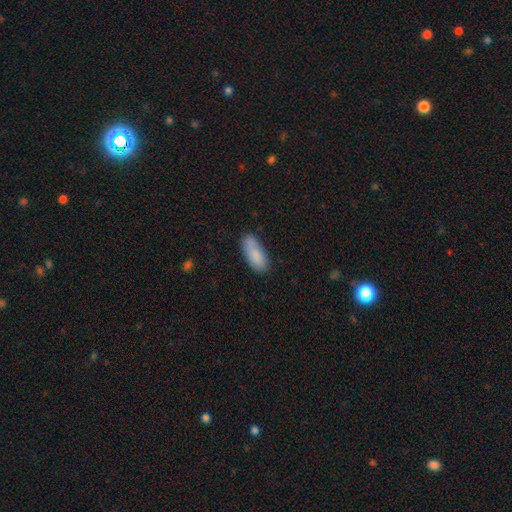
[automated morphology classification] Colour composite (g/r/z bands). It shows a smooth galaxy with no disk features (86%) that is in between round and cigar-shaped (82%). Merging: none (75%).